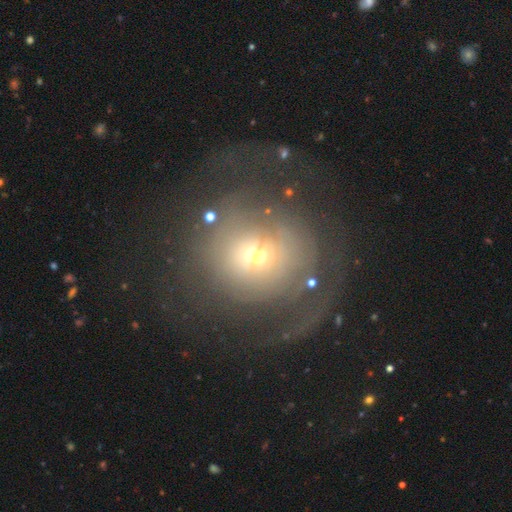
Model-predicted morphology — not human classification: Smooth or featured? featured or disk (53%)
Edge-on disk? no (95%)
Bar? no (74%)
Spiral arms? yes (56%)
Bulge size? small (54%)
Merging? none (51%)